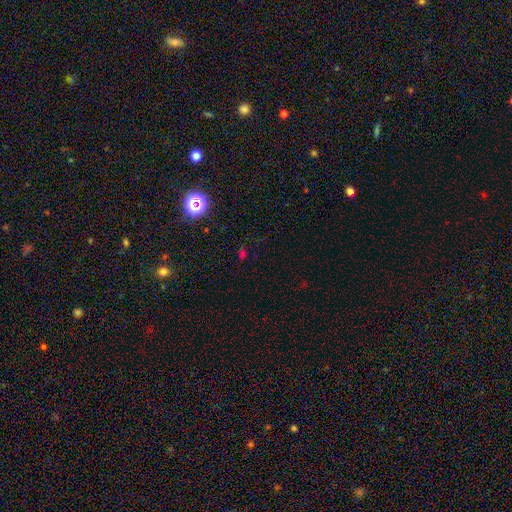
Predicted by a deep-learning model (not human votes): This is possibly a star or artifact rather than a galaxy (58%).